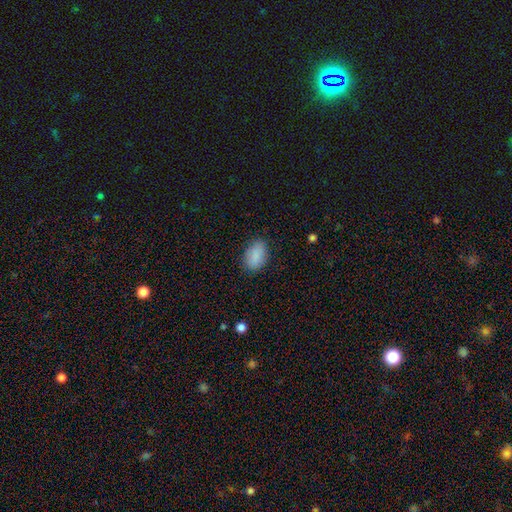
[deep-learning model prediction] smooth-or-featured: smooth: 88% | star or artifact: 7% | featured or disk: 5%
  how-rounded: in between: 89% | round: 9% | cigar-shaped: 1%
  merging: none: 82% | minor disturbance: 14% | major disturbance: 3% | merger: 1%